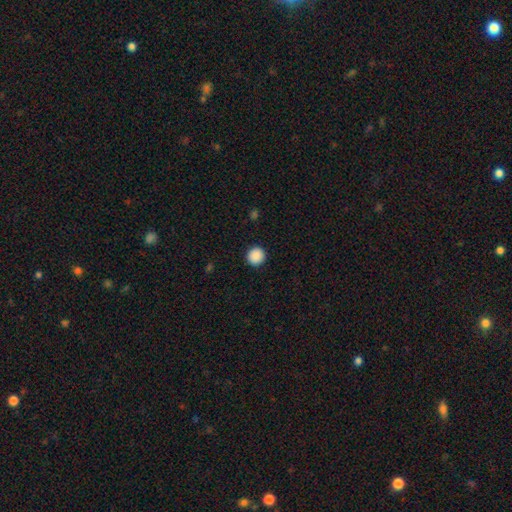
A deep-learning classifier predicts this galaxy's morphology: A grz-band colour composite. It shows a smooth galaxy with no disk features (89%) that is round (94%). Merging: none (92%).